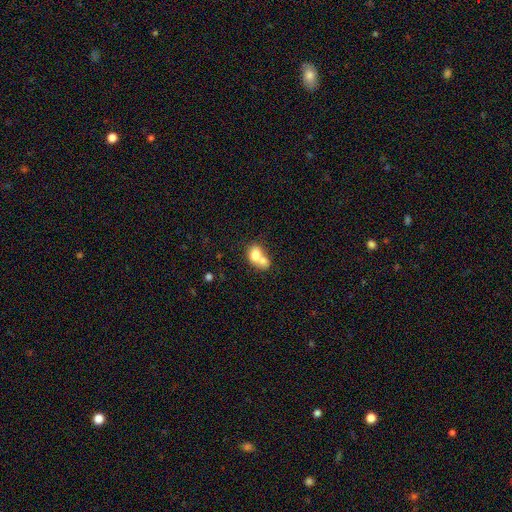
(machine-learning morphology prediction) type=smooth (72%); roundness=in between (58%); merging=merger (71%).